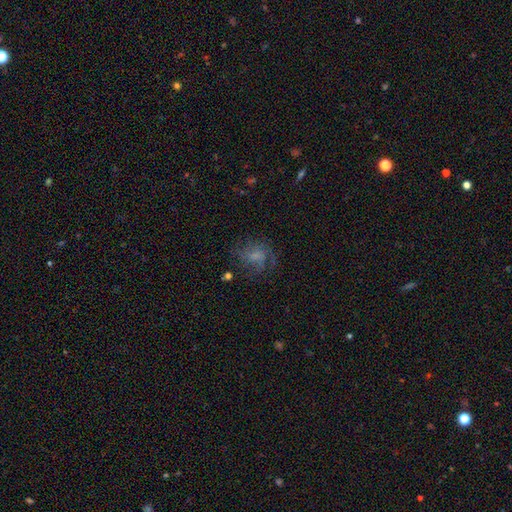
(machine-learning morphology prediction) type=featured or disk (45%); merging=none (55%).